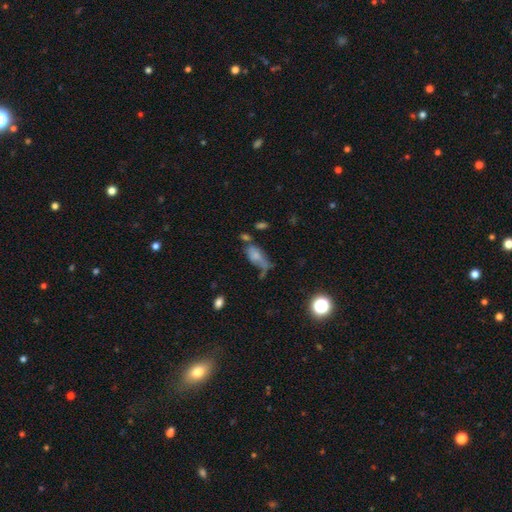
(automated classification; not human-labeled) smooth 66%, featured or disk 23%, star or artifact 11%. Down the decision tree: how rounded — in between (84%); merging — none (28%).